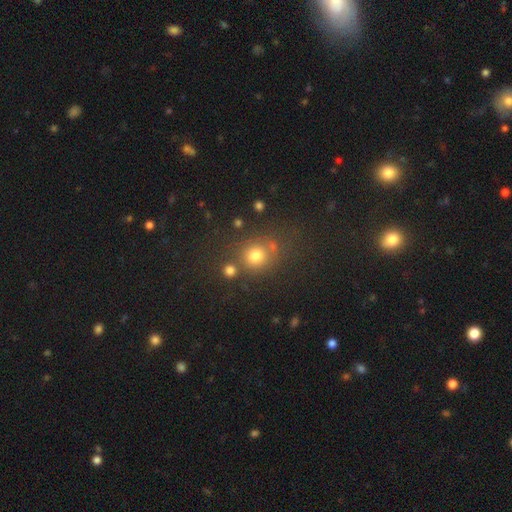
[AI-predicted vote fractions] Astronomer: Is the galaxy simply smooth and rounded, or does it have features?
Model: smooth — 74%.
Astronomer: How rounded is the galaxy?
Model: round — 81%.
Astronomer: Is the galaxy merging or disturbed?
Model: none — 63%.